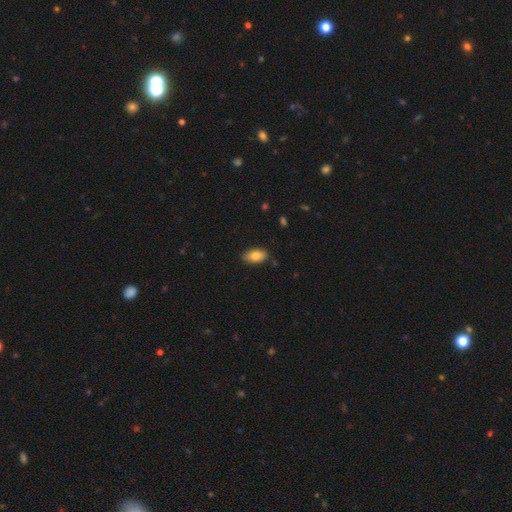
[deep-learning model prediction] The model was most divided on "smooth or featured": smooth: 82%, featured or disk: 11%, star or artifact: 7%. More confident: how rounded — in between (93%); merging — none (84%).